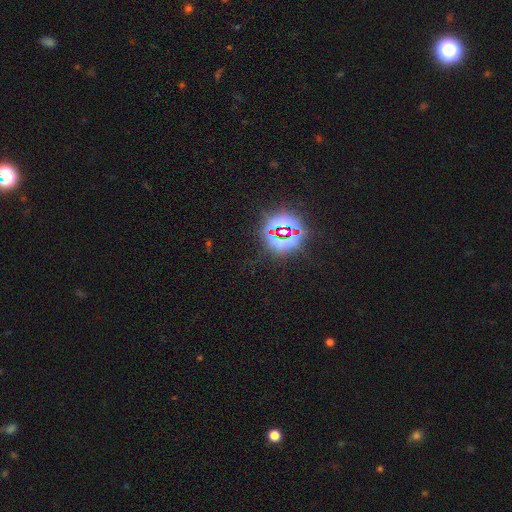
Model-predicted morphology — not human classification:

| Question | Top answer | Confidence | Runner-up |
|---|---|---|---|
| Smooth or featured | star or artifact | 82% | smooth (11%) |